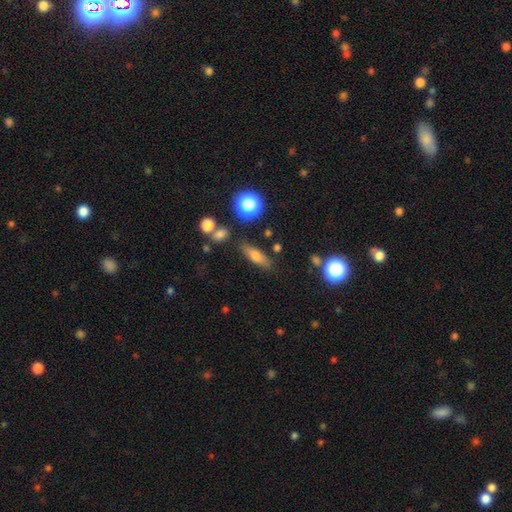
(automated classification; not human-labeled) smooth 65%, featured or disk 23%, star or artifact 12%. Down the decision tree: how rounded — in between (47%); merging — none (79%).